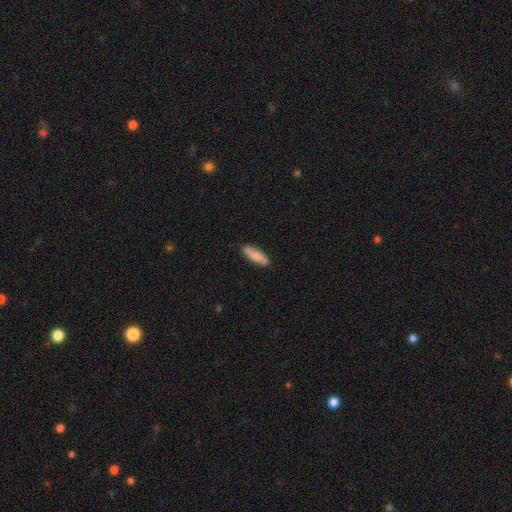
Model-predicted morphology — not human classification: type=smooth (78%); roundness=cigar-shaped (52%); merging=none (88%).